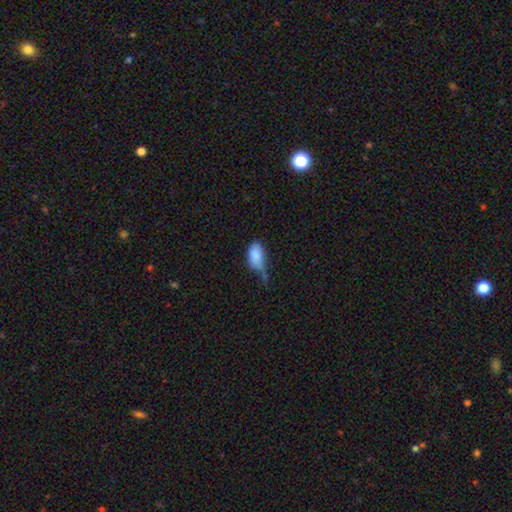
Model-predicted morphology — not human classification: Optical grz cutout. It shows a smooth galaxy with no disk features (84%) that is in between round and cigar-shaped (92%). Merging: minor disturbance (42%).